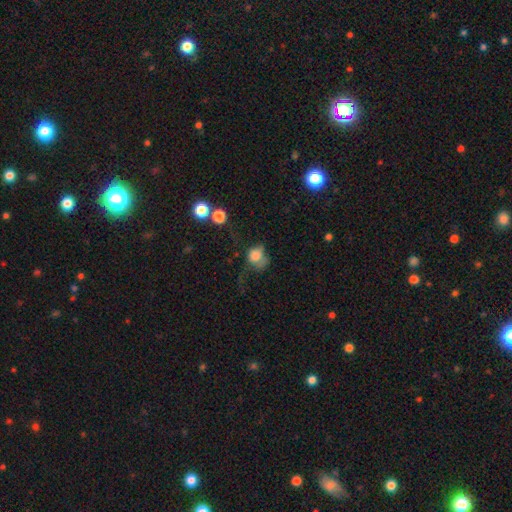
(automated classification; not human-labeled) Smooth or featured? smooth (73%)
How rounded? round (63%)
Merging? major disturbance (43%)